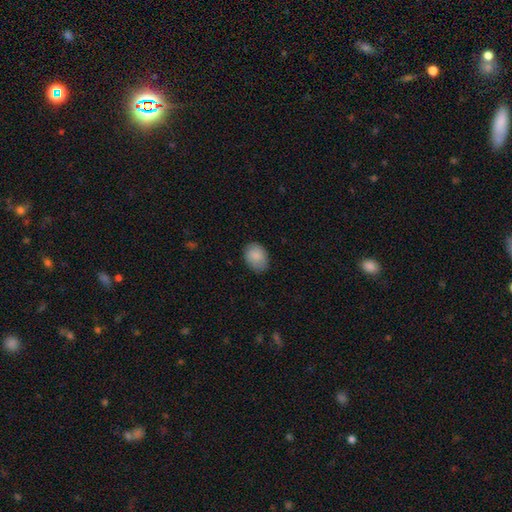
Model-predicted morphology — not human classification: Smooth or featured: smooth — 87% (star or artifact — 7%)
How rounded: in between — 73% (round — 26%)
Merging: none — 79% (minor disturbance — 17%)